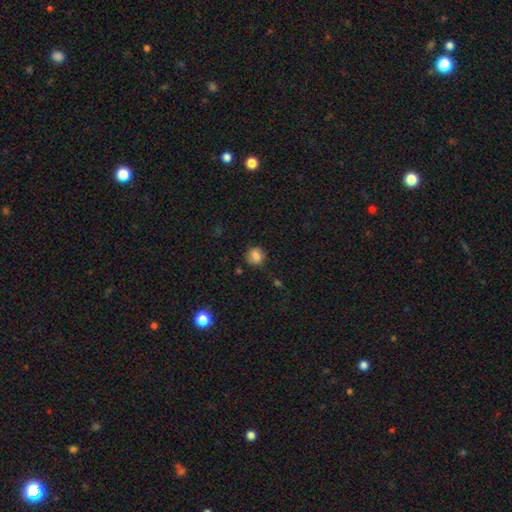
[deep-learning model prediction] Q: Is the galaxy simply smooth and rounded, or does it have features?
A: smooth — 80%.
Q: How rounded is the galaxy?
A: round — 73%.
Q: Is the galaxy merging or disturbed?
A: none — 77%.